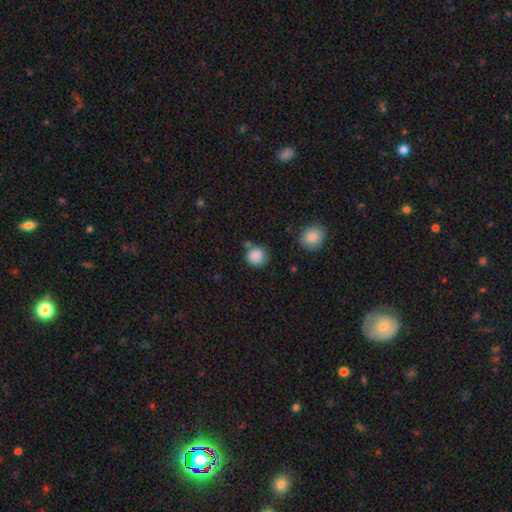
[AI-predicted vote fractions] Morphology: type=smooth (86%); roundness=round (87%); merging=none (68%).